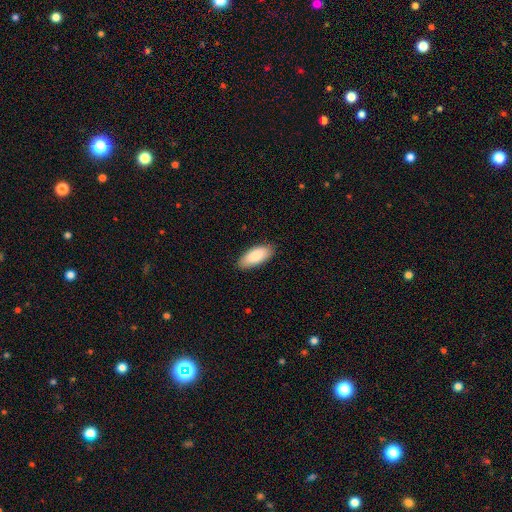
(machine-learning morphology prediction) Smooth or featured?
  - smooth: 89% *
  - featured or disk: 6%
  - star or artifact: 6%
How rounded?
  - in between: 86% *
  - cigar-shaped: 12%
  - round: 2%
Merging?
  - none: 87% *
  - minor disturbance: 10%
  - major disturbance: 2%
  - merger: 1%